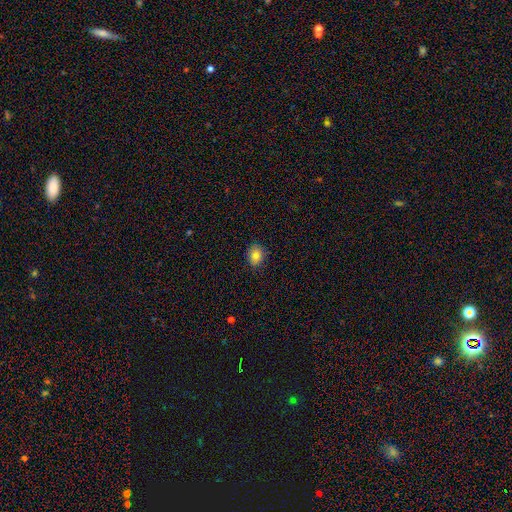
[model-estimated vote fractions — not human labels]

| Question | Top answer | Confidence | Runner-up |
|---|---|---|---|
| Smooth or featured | smooth | 81% | star or artifact (10%) |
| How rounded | in between | 59% | round (40%) |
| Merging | none | 88% | minor disturbance (9%) |